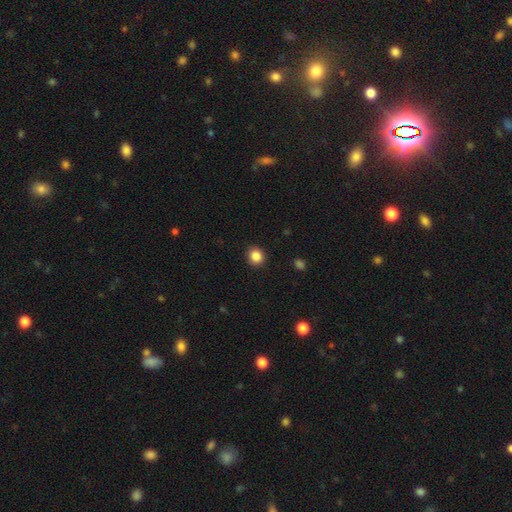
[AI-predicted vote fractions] A smooth galaxy with no disk features (86%) that is round (78%).

Vote fractions:
- Smooth or featured? smooth: 86% / star or artifact: 10% / featured or disk: 4%
- How rounded? round: 78% / in between: 22% / cigar-shaped: 1%
- Merging? none: 90% / minor disturbance: 7% / major disturbance: 2% / merger: 1%